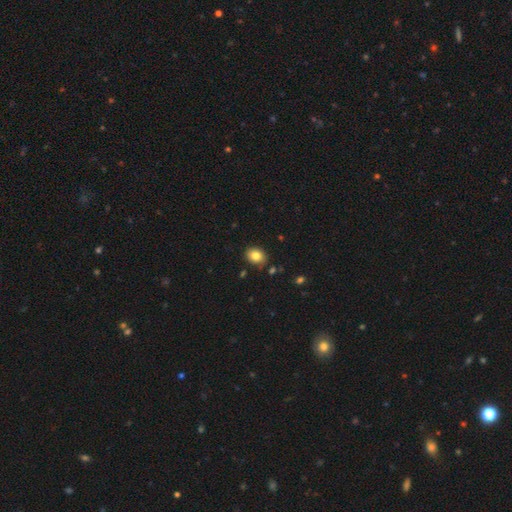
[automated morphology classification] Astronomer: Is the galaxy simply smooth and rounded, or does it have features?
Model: smooth — 82%.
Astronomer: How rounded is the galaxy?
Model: in between — 61% (runner-up: round, 38%).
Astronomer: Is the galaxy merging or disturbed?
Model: none — 84%.